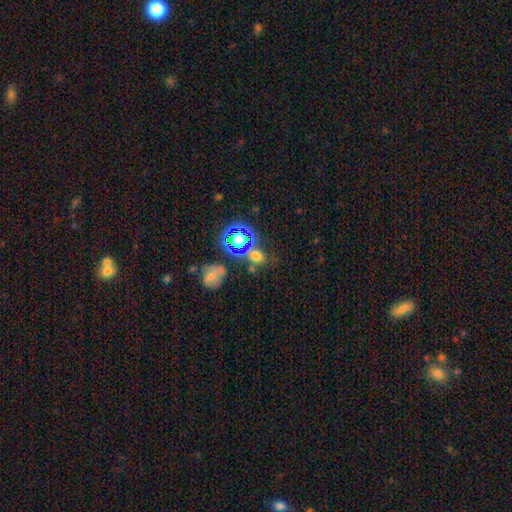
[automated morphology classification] smooth 55%, star or artifact 35%, featured or disk 11%. Down the decision tree: how rounded — round (53%); merging — none (61%).